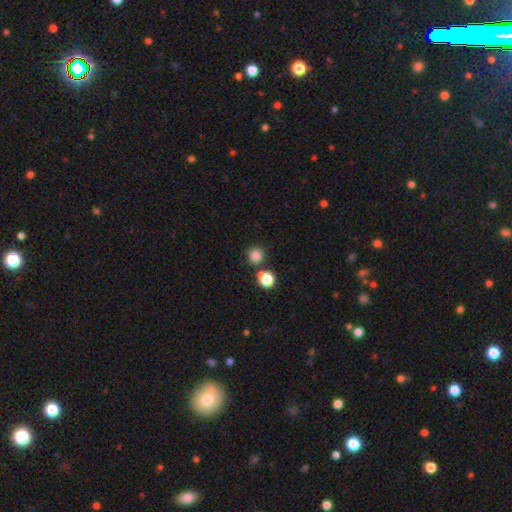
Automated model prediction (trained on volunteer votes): Smooth or featured? Predicted: smooth (p=0.82). How rounded? Predicted: round (p=0.92). Merging? Predicted: none (p=0.77).